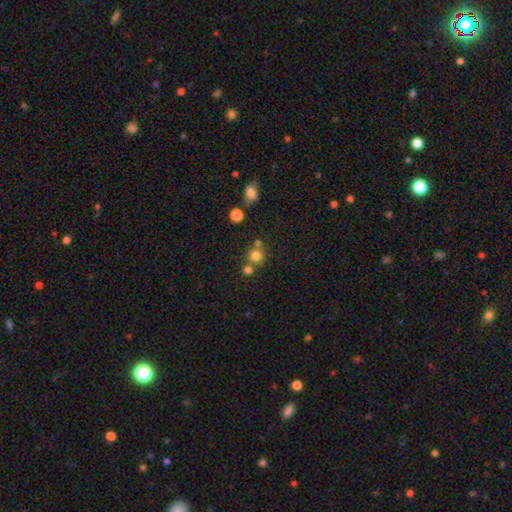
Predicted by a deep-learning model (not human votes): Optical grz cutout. It shows a smooth galaxy with no disk features (76%) that is round (90%). Merging: none (62%).